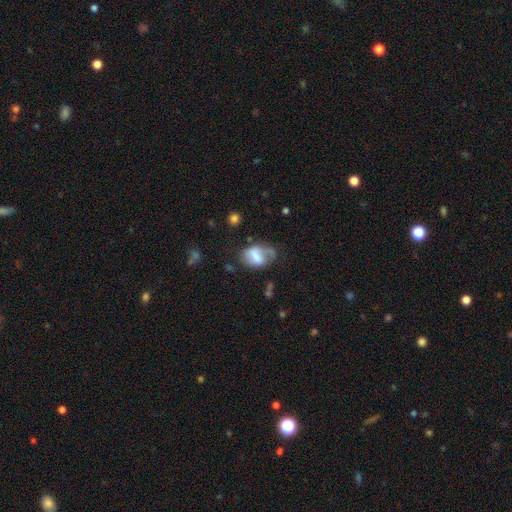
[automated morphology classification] Overall: smooth (58%; featured or disk 33%). How rounded: in between (80%). Merging: none (37%; minor disturbance 30%).